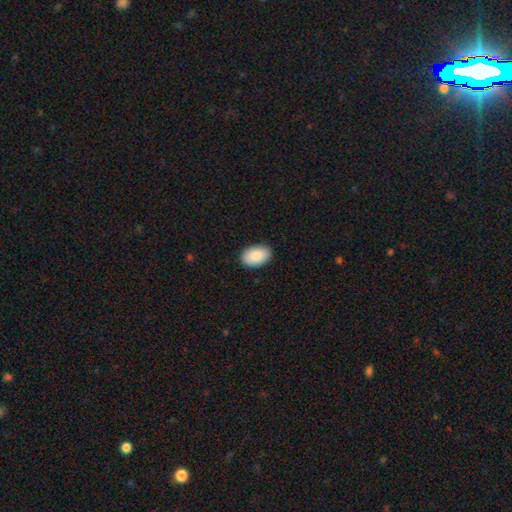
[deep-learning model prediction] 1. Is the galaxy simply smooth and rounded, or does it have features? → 90% smooth, 6% star or artifact, 4% featured or disk.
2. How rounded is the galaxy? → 91% in between, 8% round, 1% cigar-shaped.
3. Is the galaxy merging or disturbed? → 89% none, 8% minor disturbance, 2% major disturbance, 1% merger.